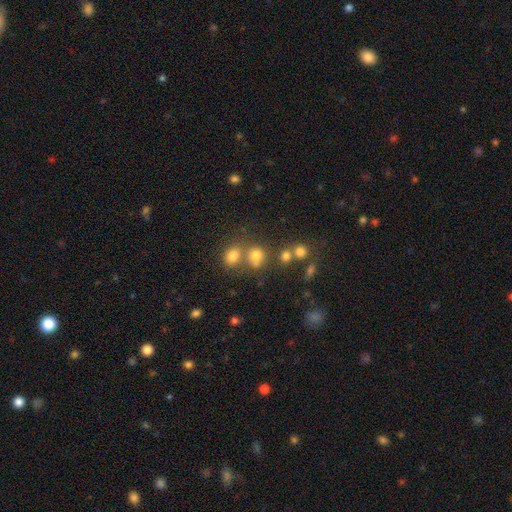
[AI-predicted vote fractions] smooth 74%, star or artifact 16%, featured or disk 10%. Down the decision tree: how rounded — round (72%); merging — none (50%).